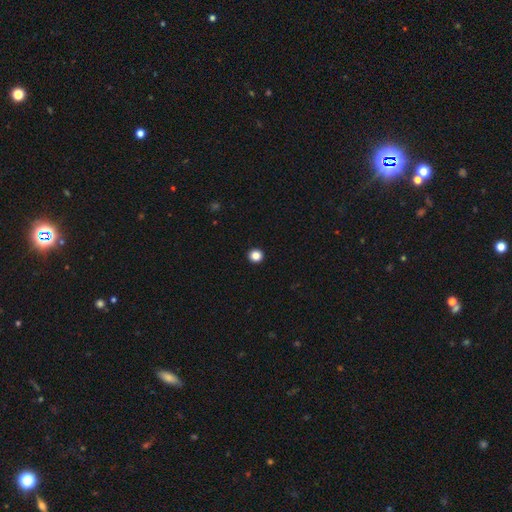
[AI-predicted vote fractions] The model was most divided on "smooth or featured": smooth: 85%, star or artifact: 12%, featured or disk: 3%. More confident: how rounded — round (95%); merging — none (94%).